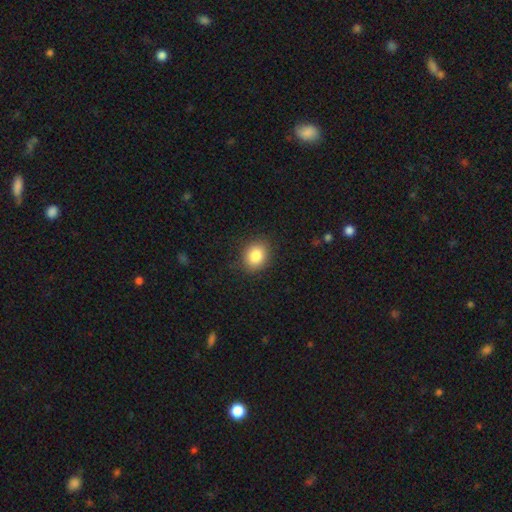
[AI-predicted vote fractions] Smooth or featured? Predicted: smooth (p=0.85). How rounded? Predicted: round (p=0.62). Merging? Predicted: none (p=0.87).